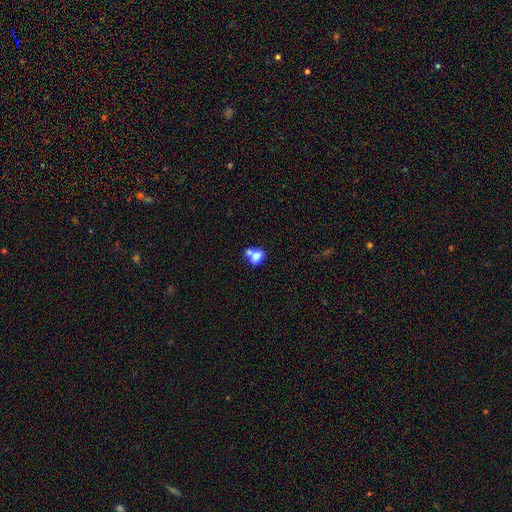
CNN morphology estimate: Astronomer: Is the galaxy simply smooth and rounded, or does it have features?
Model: smooth — 76%.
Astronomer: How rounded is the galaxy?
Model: in between — 59% (runner-up: round, 40%).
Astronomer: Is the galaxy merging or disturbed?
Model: merger — 50% (runner-up: none, 32%).